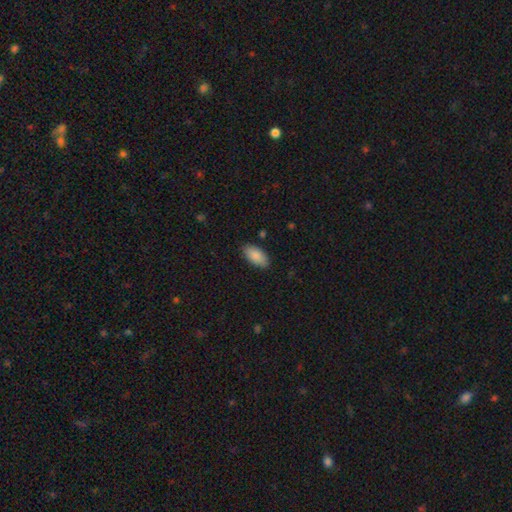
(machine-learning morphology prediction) Smooth or featured? Predicted: smooth (p=0.88). How rounded? Predicted: in between (p=0.93). Merging? Predicted: none (p=0.85).